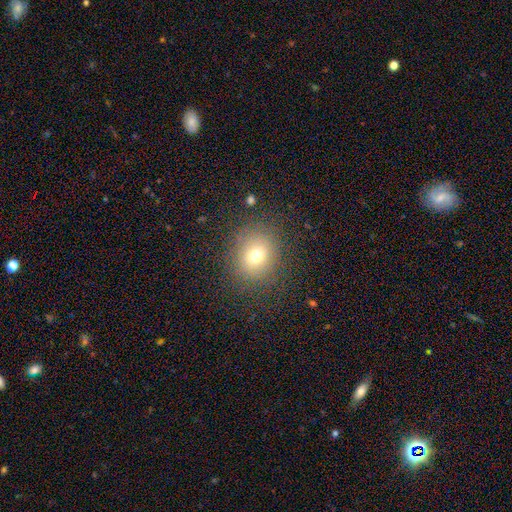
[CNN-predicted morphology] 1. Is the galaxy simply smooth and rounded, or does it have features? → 72% smooth, 16% star or artifact, 12% featured or disk.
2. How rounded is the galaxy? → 76% round, 23% in between, 1% cigar-shaped.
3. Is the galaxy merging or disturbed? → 84% none, 10% minor disturbance, 5% major disturbance, 1% merger.